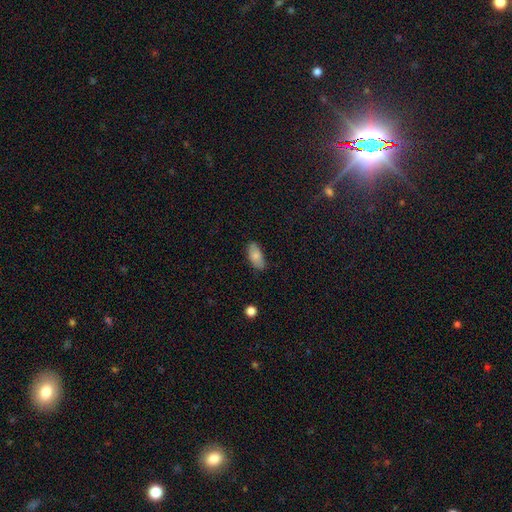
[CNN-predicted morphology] This appears to be a smooth galaxy with no disk features (79%) that is in between round and cigar-shaped (89%). Merging: none (77%).